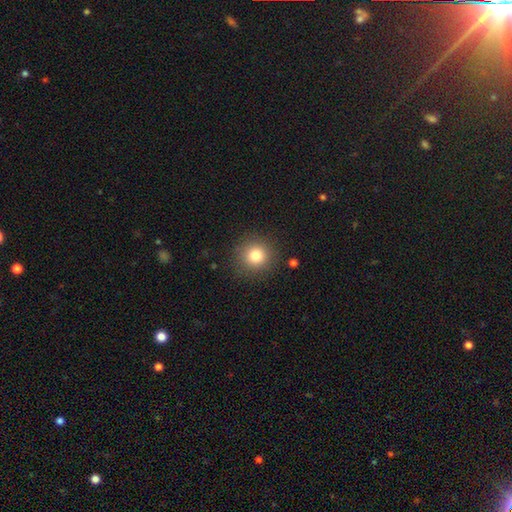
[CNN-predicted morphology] Smooth or featured? smooth (80%)
How rounded? round (94%)
Merging? none (88%)